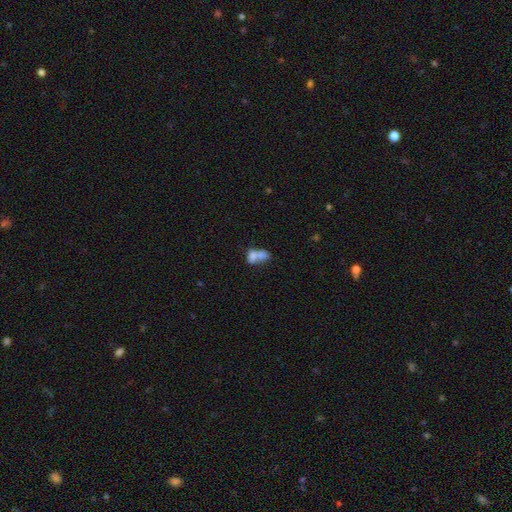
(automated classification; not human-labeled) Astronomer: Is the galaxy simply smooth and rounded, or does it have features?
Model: smooth — 70%.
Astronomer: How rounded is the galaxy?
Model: in between — 76%.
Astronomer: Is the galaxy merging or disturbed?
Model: merger — 72%.